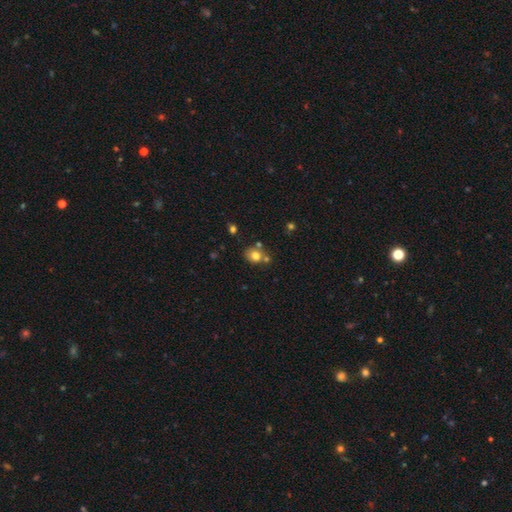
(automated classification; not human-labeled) smooth 76%, star or artifact 12%, featured or disk 12%. Down the decision tree: how rounded — round (65%); merging — none (59%).